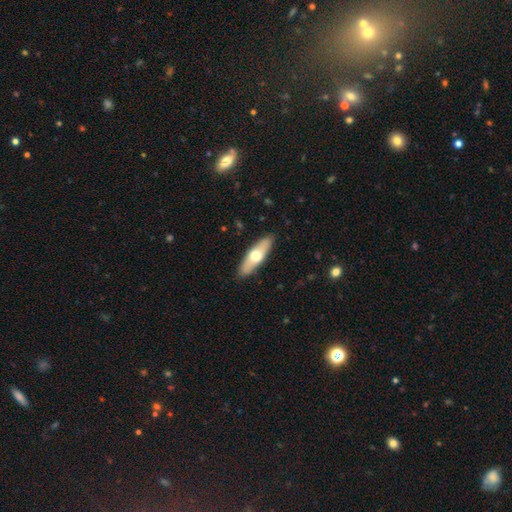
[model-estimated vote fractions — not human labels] smooth 56%, featured or disk 39%, star or artifact 5%. Down the decision tree: how rounded — cigar-shaped (52%); merging — none (89%).